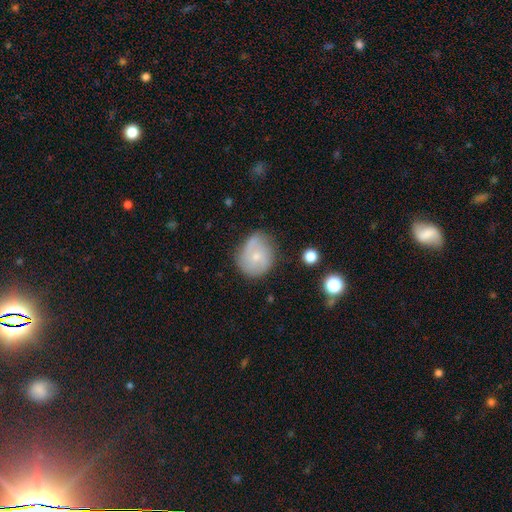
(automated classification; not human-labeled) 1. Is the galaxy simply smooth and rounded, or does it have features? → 47% featured or disk, 45% smooth, 8% star or artifact.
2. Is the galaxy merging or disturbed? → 56% none, 31% minor disturbance, 10% major disturbance, 4% merger.